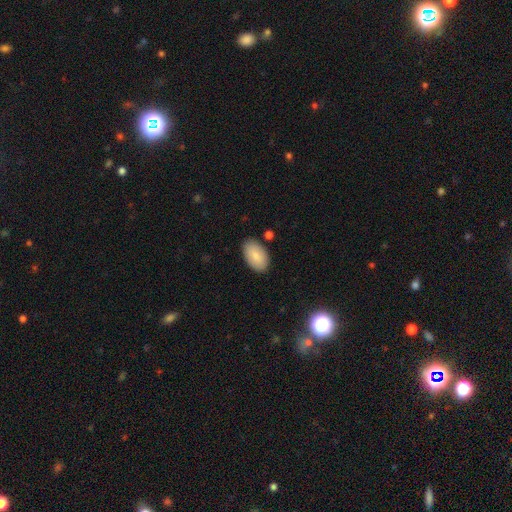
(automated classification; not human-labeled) Smooth or featured?
  - smooth: 83% *
  - featured or disk: 10%
  - star or artifact: 6%
How rounded?
  - in between: 95% *
  - round: 4%
  - cigar-shaped: 1%
Merging?
  - none: 85% *
  - minor disturbance: 10%
  - major disturbance: 2%
  - merger: 2%